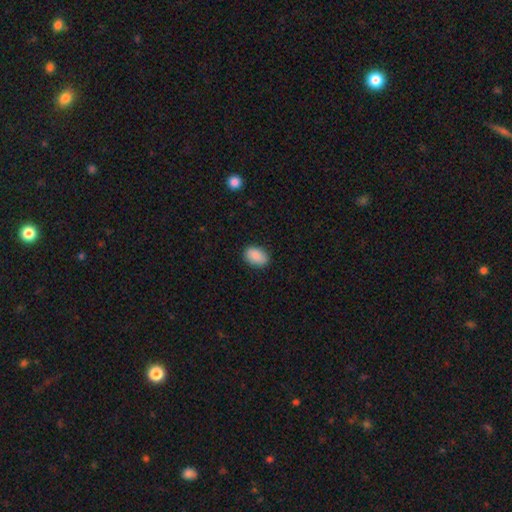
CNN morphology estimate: Smooth or featured?
  - smooth: 88% *
  - star or artifact: 7%
  - featured or disk: 4%
How rounded?
  - in between: 84% *
  - round: 15%
  - cigar-shaped: 1%
Merging?
  - none: 86% *
  - minor disturbance: 11%
  - major disturbance: 2%
  - merger: 1%